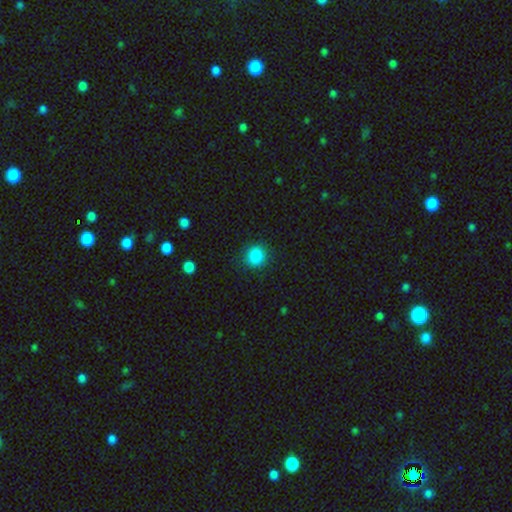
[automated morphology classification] Smooth or featured: smooth — 87% (star or artifact — 10%)
How rounded: round — 88% (in between — 11%)
Merging: none — 88% (minor disturbance — 8%)